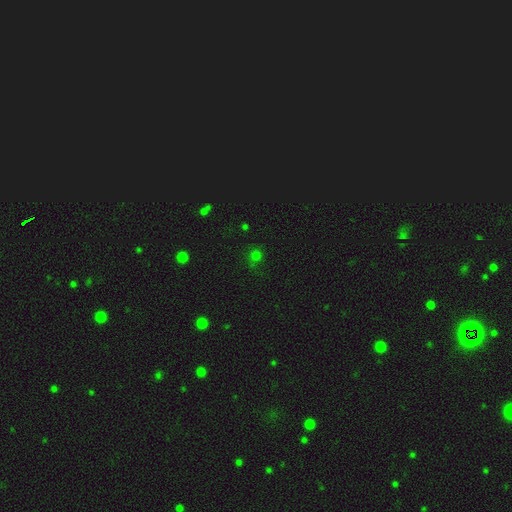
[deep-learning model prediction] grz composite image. It shows a smooth galaxy with no disk features (61%) that is round (85%). Merging: none (73%).